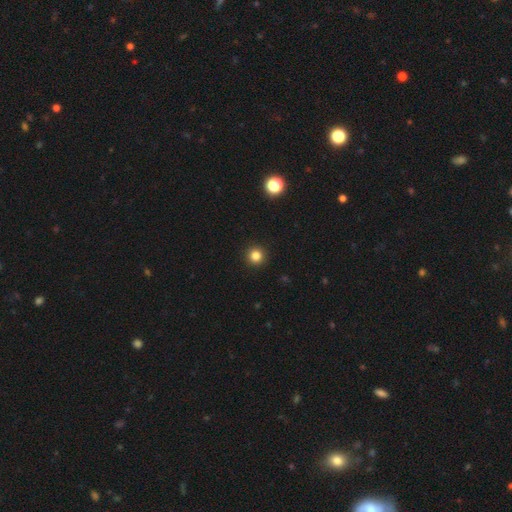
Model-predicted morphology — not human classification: A smooth galaxy with no disk features (83%) that is round (96%).

Vote fractions:
- Smooth or featured? smooth: 83% / star or artifact: 13% / featured or disk: 4%
- How rounded? round: 96% / in between: 3% / cigar-shaped: 1%
- Merging? none: 93% / minor disturbance: 4% / major disturbance: 2% / merger: 1%